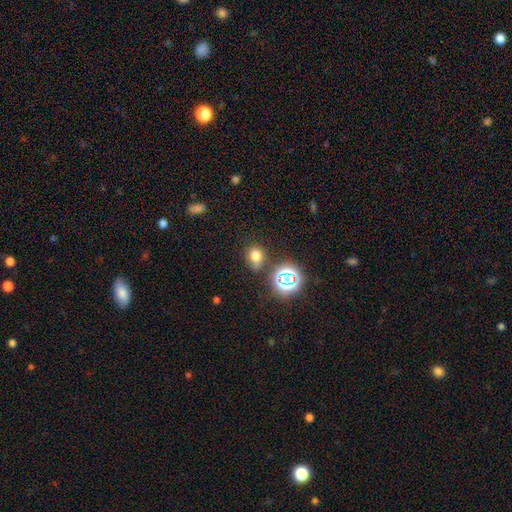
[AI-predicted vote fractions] This appears to be a smooth galaxy with no disk features (68%) that is round (53%). Merging: none (67%).